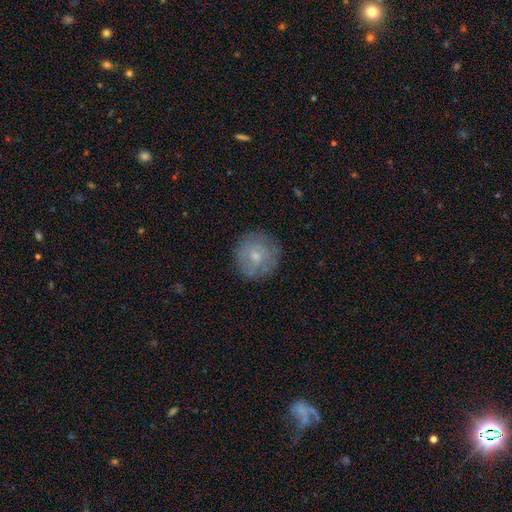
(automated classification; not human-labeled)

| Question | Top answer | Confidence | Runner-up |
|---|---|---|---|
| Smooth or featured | smooth | 60% | featured or disk (31%) |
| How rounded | round | 93% | in between (6%) |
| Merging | none | 82% | minor disturbance (13%) |